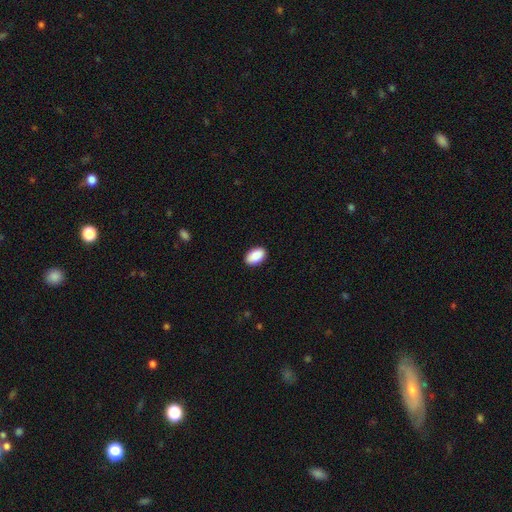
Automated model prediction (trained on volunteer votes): Smooth or featured: smooth — 90% (star or artifact — 6%)
How rounded: in between — 93% (round — 6%)
Merging: none — 89% (minor disturbance — 8%)